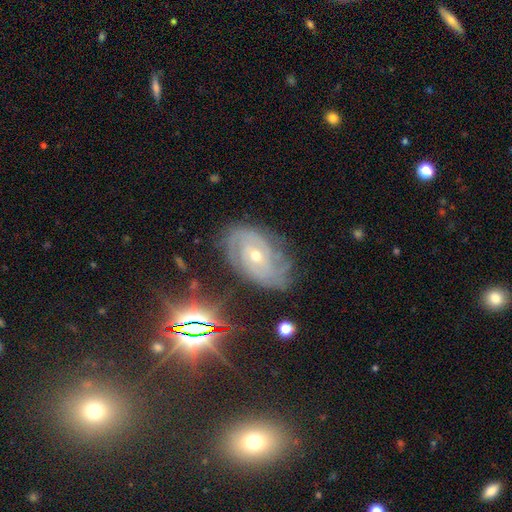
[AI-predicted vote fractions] Overall: featured or disk (80%). Edge-on disk: no (95%). Bar: no (55%; weak 34%). Spiral arms: yes (94%). Spiral arm count: can't tell (35%; 2 29%). Spiral winding: tight (69%). Bulge size: small (52%; moderate 46%). Merging: none (72%).